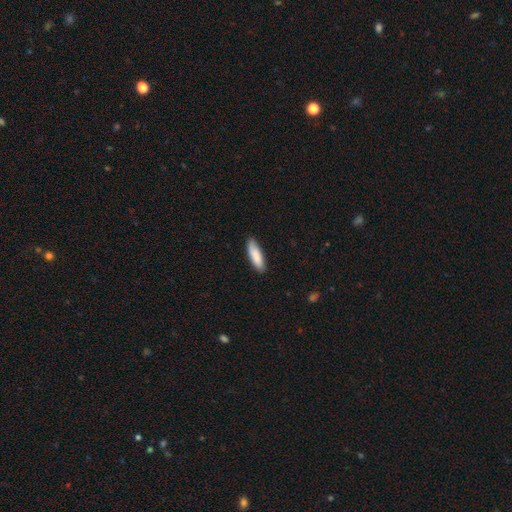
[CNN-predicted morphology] Q: Smooth or featured?
A: smooth (86%); runner-up: featured or disk (9%)
Q: How rounded?
A: cigar-shaped (55%); runner-up: in between (43%)
Q: Merging?
A: none (84%); runner-up: minor disturbance (13%)